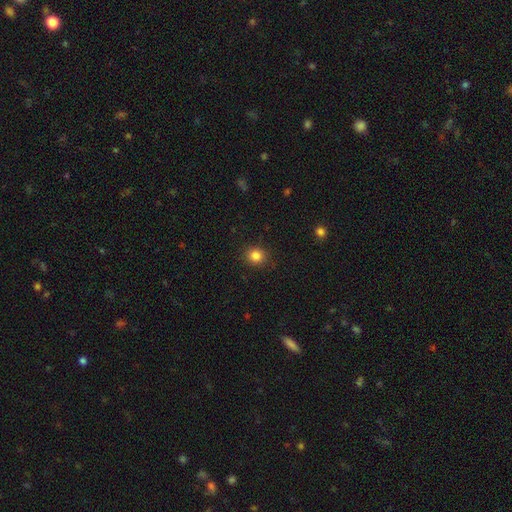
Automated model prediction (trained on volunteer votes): A smooth galaxy with no disk features (84%) that is round (83%). Merging: none (88%).